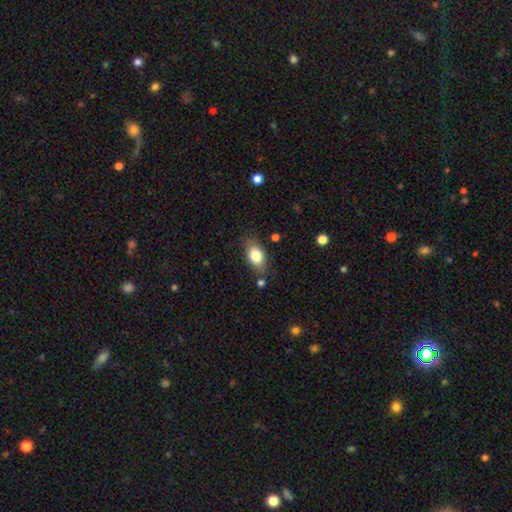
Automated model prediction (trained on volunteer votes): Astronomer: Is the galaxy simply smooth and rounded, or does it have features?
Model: smooth — 80%.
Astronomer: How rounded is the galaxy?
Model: in between — 88%.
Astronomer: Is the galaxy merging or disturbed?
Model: none — 77%.